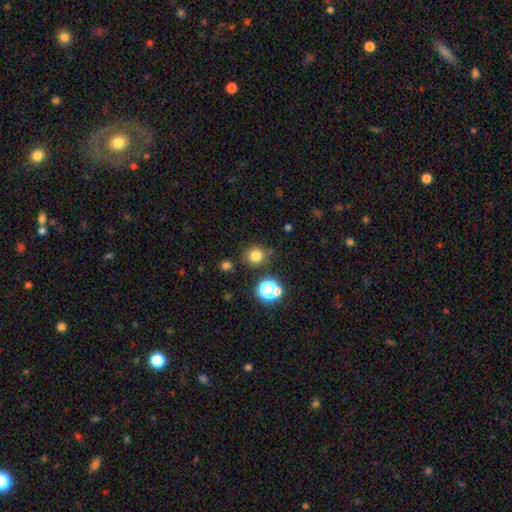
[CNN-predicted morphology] type=smooth (77%); roundness=round (88%); merging=none (82%).